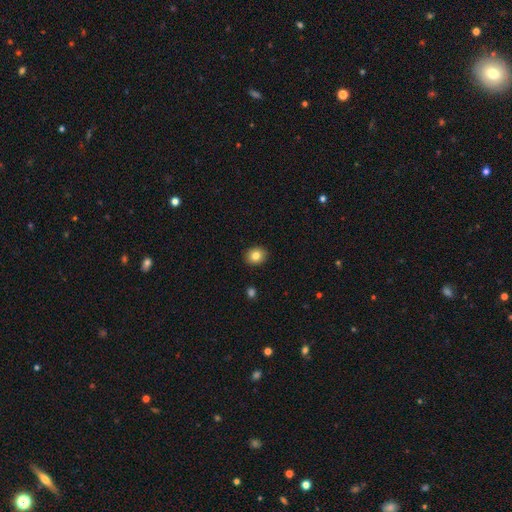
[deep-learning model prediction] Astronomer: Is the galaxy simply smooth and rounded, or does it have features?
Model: smooth — 83%.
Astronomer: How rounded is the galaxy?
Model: round — 67%.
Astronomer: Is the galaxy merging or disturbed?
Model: none — 91%.